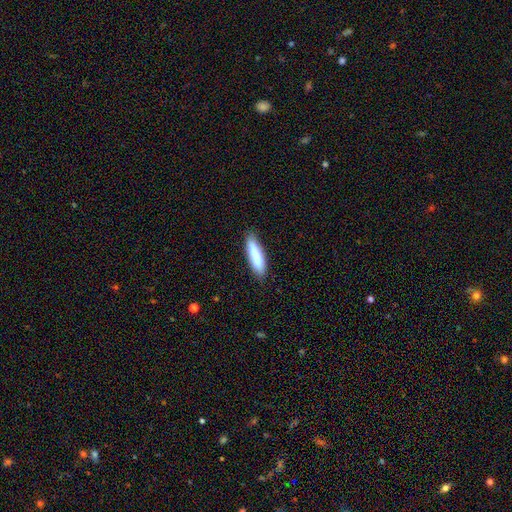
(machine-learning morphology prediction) type=smooth (80%); roundness=cigar-shaped (73%); merging=none (86%).